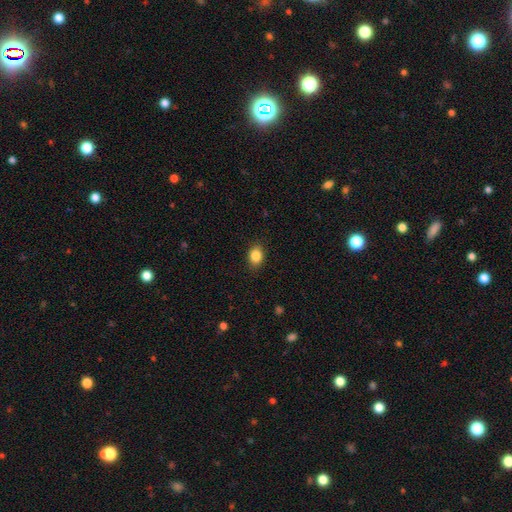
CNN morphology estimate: smooth 86%, star or artifact 9%, featured or disk 5%. Down the decision tree: how rounded — in between (64%); merging — none (88%).